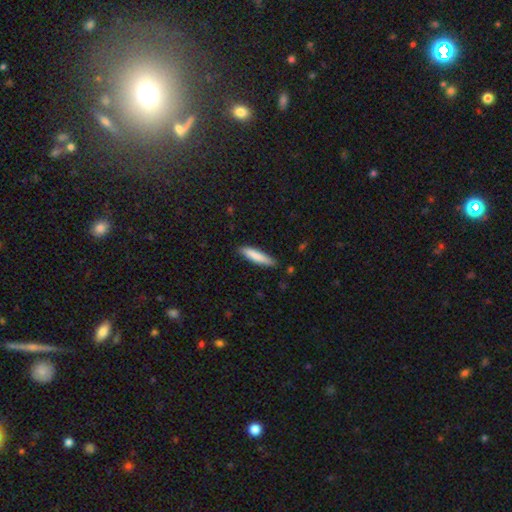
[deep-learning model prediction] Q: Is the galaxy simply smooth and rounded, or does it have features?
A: smooth — 82%.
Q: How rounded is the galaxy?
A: cigar-shaped — 86%.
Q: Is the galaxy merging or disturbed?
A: none — 86%.